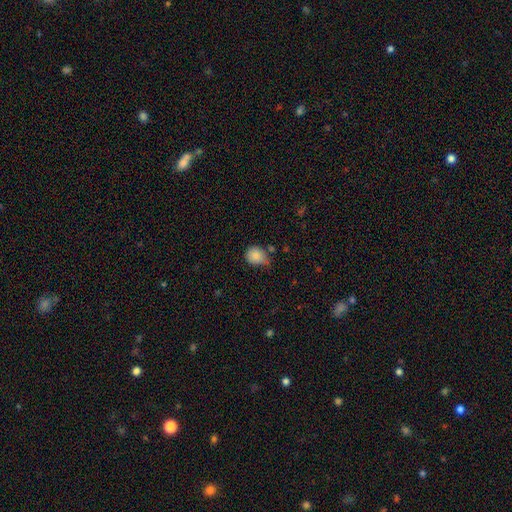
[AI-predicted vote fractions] smooth_or_featured: smooth (p=0.85) [alt: star or artifact p=0.09]
how_rounded: round (p=0.69) [alt: in between p=0.30]
merging: none (p=0.42) [alt: minor disturbance p=0.41]